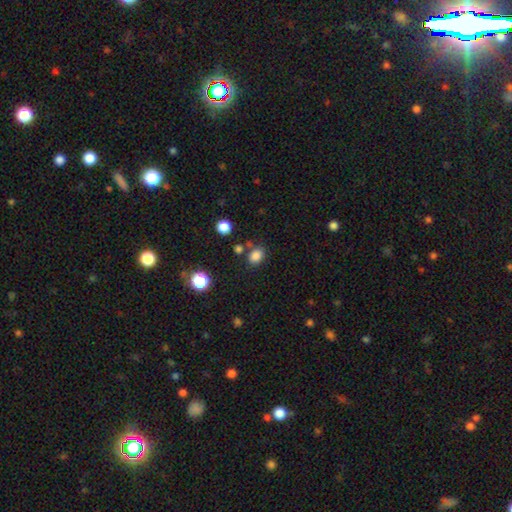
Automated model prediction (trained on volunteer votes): A smooth galaxy with no disk features (83%) that is in between round and cigar-shaped (58%).

Vote fractions:
- Smooth or featured? smooth: 83% / star or artifact: 13% / featured or disk: 5%
- How rounded? in between: 58% / round: 41% / cigar-shaped: 1%
- Merging? none: 71% / minor disturbance: 13% / merger: 11% / major disturbance: 5%